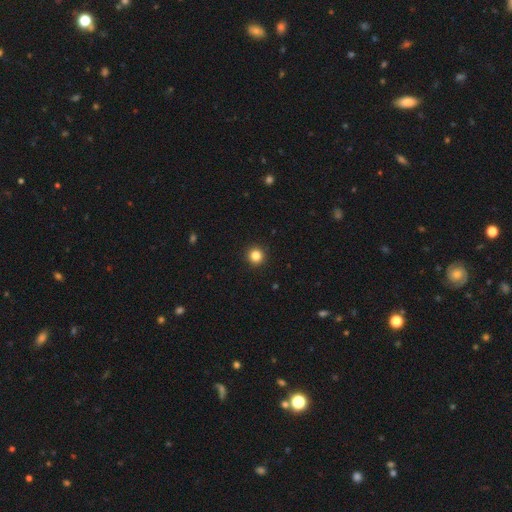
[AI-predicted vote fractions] Smooth or featured: smooth — 83% (star or artifact — 12%)
How rounded: round — 95% (in between — 4%)
Merging: none — 94% (minor disturbance — 4%)